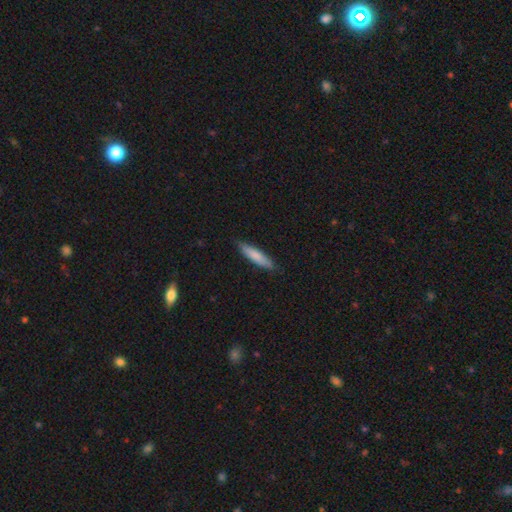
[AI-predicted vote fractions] The model was most divided on "smooth or featured": smooth: 79%, featured or disk: 16%, star or artifact: 5%. More confident: merging — none (85%); how rounded — cigar-shaped (82%).